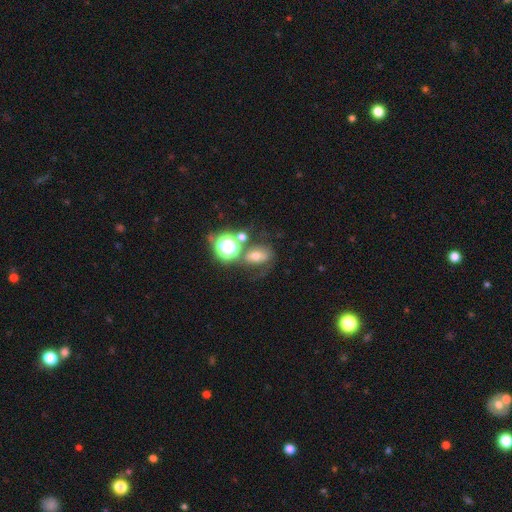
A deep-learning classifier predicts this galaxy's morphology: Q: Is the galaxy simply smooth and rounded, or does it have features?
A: smooth — 45%.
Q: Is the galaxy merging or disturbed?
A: none — 47%.